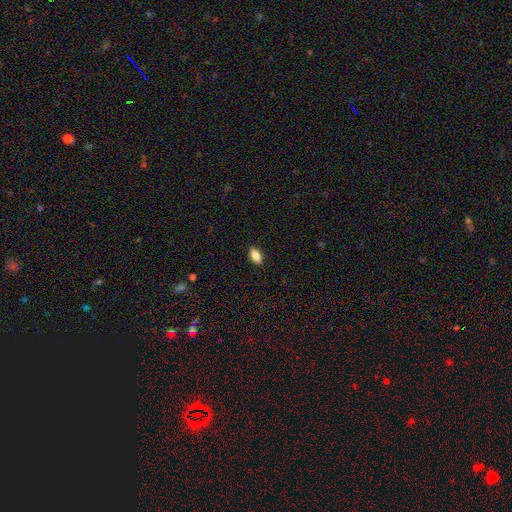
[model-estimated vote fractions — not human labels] A smooth galaxy with no disk features (85%) that is in between round and cigar-shaped (90%). Merging: none (89%).